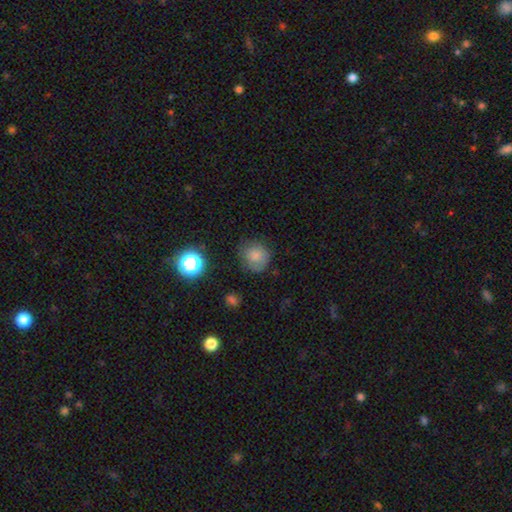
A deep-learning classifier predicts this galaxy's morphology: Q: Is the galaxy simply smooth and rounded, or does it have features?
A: smooth — 77%.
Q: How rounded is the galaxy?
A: round — 87%.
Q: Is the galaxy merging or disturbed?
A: none — 70%.